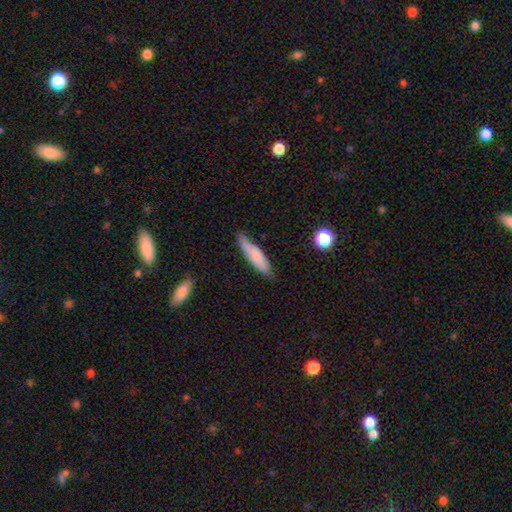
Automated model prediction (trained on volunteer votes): Smooth or featured? smooth (75%)
How rounded? cigar-shaped (78%)
Merging? none (73%)